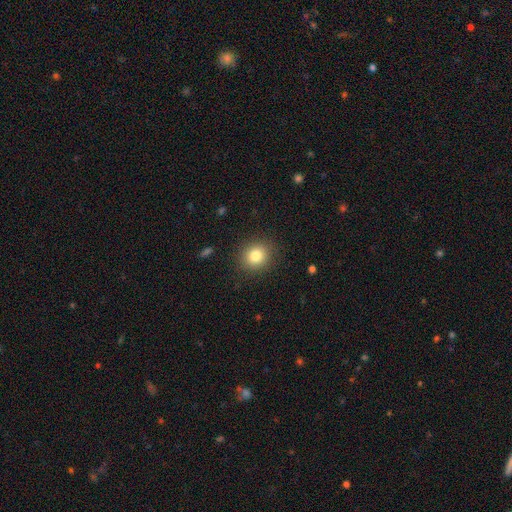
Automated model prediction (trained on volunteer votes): A smooth galaxy with no disk features (82%) that is round (78%).

Vote fractions:
- Smooth or featured? smooth: 82% / star or artifact: 11% / featured or disk: 7%
- How rounded? round: 78% / in between: 21% / cigar-shaped: 1%
- Merging? none: 88% / minor disturbance: 8% / major disturbance: 3% / merger: 1%